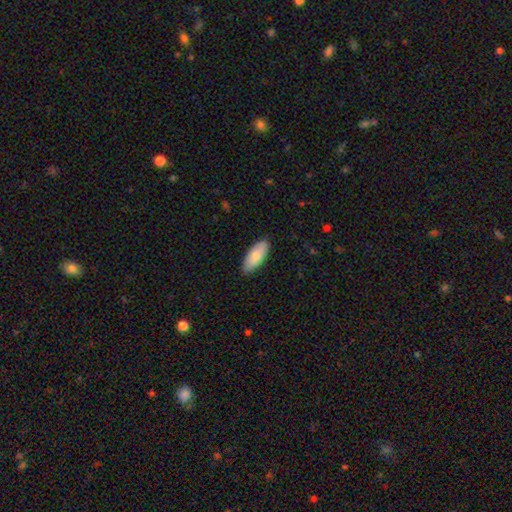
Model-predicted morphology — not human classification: A smooth galaxy with no disk features (80%) that is in between round and cigar-shaped (83%). Merging: none (85%).